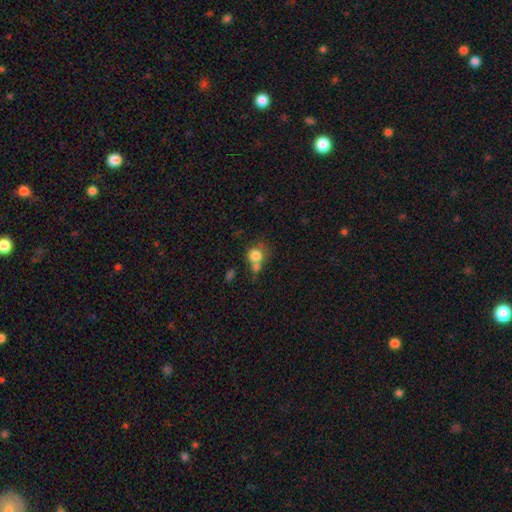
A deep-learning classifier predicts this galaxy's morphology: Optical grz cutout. It shows a smooth galaxy with no disk features (77%) that is round (77%). Merging: merger (39%, tied with none).